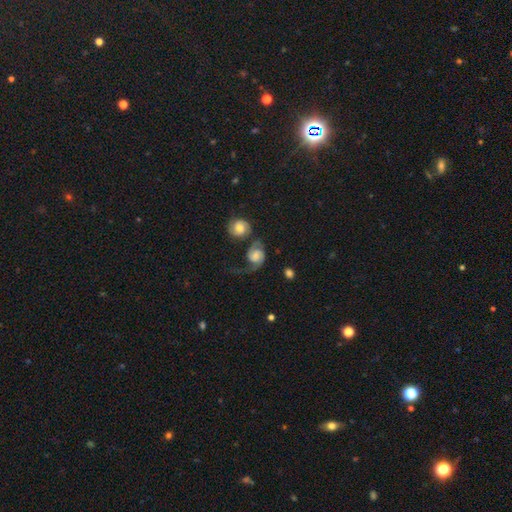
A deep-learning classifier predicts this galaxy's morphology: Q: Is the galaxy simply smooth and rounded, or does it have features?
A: featured or disk — 72%.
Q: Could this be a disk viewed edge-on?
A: no — 97%.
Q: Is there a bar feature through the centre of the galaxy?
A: no — 61%.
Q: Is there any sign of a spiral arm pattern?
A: yes — 94%.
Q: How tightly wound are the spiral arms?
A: medium — 40%.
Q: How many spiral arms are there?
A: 2 — 73%.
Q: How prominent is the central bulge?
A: moderate — 46%.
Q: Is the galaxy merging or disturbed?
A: none — 35%.